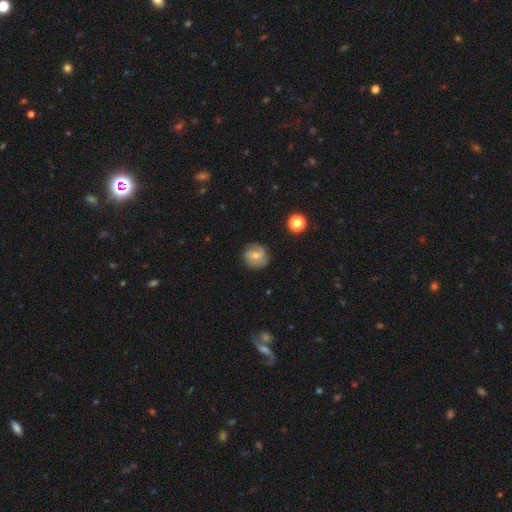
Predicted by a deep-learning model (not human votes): This is possibly a featured or disk galaxy (52%). It is clearly not viewed edge-on (97%). Bar: possibly no (48%). Spiral arm pattern: clearly yes (85%). Central bulge: possibly moderate (50%). Merging: likely none (76%).